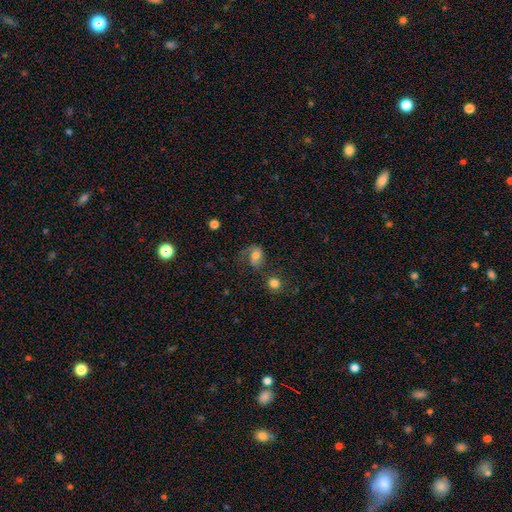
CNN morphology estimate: smooth-or-featured: smooth: 55% | featured or disk: 35% | star or artifact: 10%
  how-rounded: in between: 61% | round: 38% | cigar-shaped: 1%
  merging: none: 37% | major disturbance: 32% | minor disturbance: 22% | merger: 9%